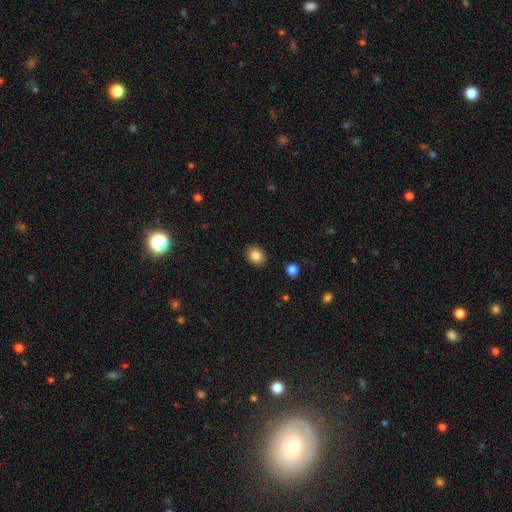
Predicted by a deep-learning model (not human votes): Q: Smooth or featured?
A: smooth (84%); runner-up: star or artifact (10%)
Q: How rounded?
A: round (65%); runner-up: in between (34%)
Q: Merging?
A: none (91%); runner-up: minor disturbance (6%)